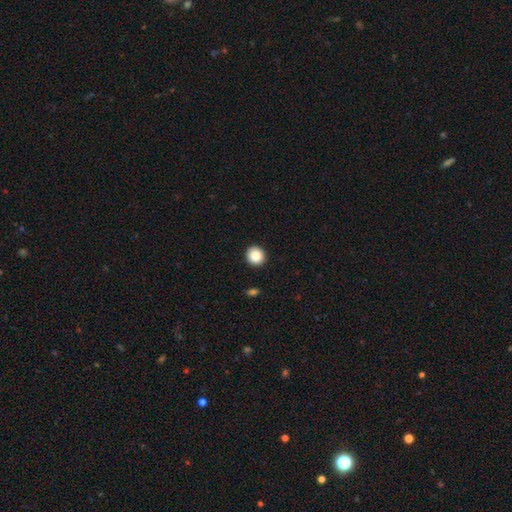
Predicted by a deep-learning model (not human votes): smooth_or_featured: smooth (p=0.87) [alt: star or artifact p=0.09]
how_rounded: round (p=0.89) [alt: in between p=0.10]
merging: none (p=0.92) [alt: minor disturbance p=0.05]